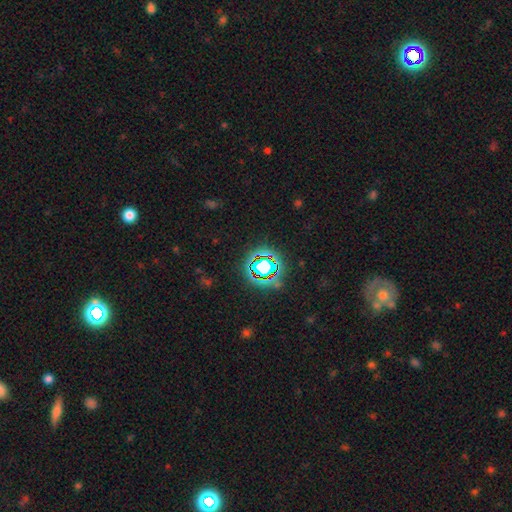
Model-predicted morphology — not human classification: Smooth or featured? Predicted: star or artifact (p=0.72).